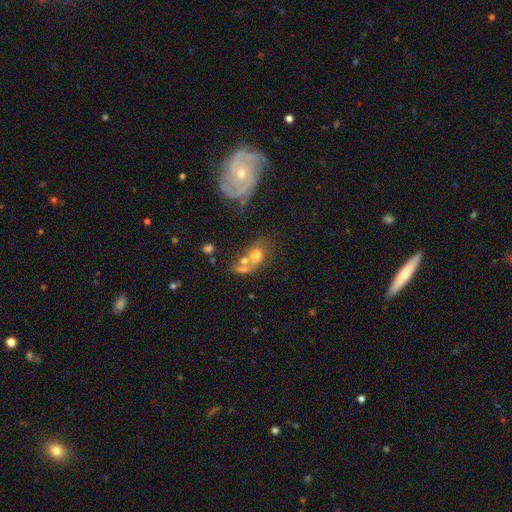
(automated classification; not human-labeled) Smooth or featured? Predicted: smooth (p=0.59). How rounded? Predicted: in between (p=0.51). Merging? Predicted: merger (p=0.44).